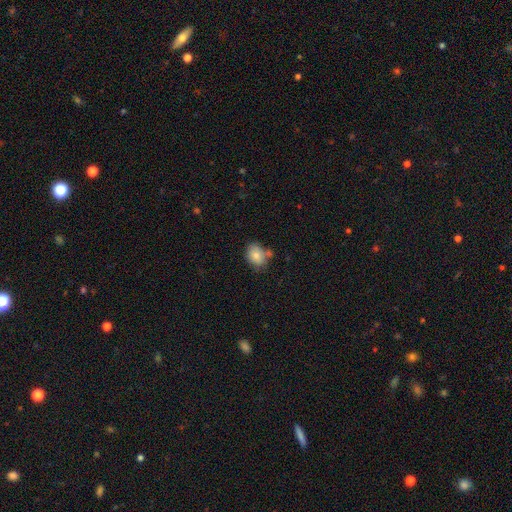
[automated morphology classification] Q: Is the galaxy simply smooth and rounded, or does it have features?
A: smooth — 82%.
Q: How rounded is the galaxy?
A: in between — 54%.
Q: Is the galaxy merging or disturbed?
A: none — 62%.